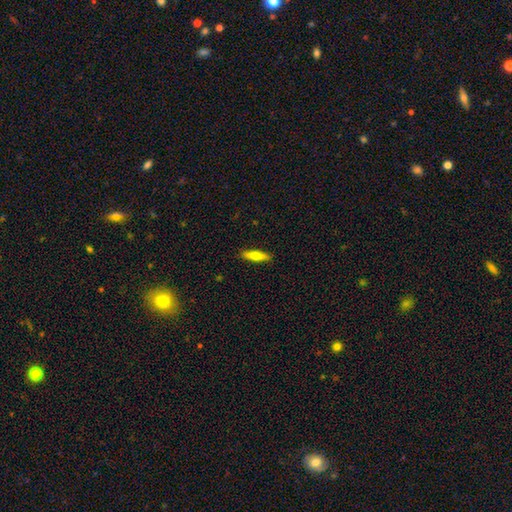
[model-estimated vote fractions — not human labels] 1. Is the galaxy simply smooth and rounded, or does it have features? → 59% smooth, 35% featured or disk, 6% star or artifact.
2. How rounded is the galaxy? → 74% cigar-shaped, 23% in between, 2% round.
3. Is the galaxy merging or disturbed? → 90% none, 8% minor disturbance, 2% major disturbance, 1% merger.